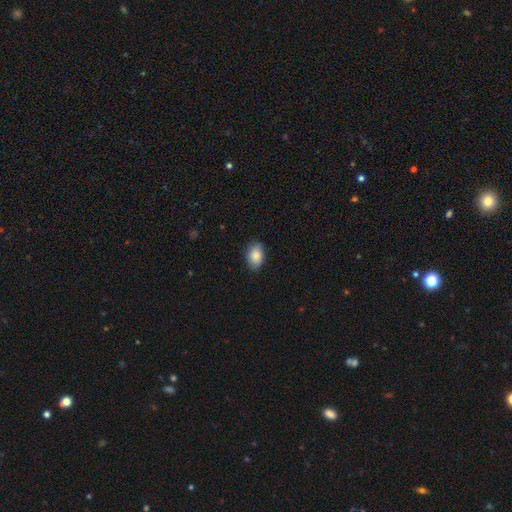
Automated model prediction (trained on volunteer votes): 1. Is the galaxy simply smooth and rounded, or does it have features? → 87% smooth, 7% star or artifact, 6% featured or disk.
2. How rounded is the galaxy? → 83% in between, 16% round, 1% cigar-shaped.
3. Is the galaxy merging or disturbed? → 85% none, 12% minor disturbance, 2% major disturbance, 1% merger.